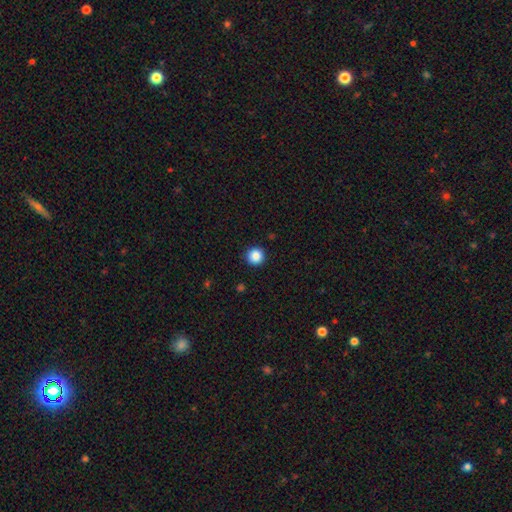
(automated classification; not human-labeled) This appears to be a smooth galaxy with no disk features (87%) that is round (95%). Merging: none (92%).